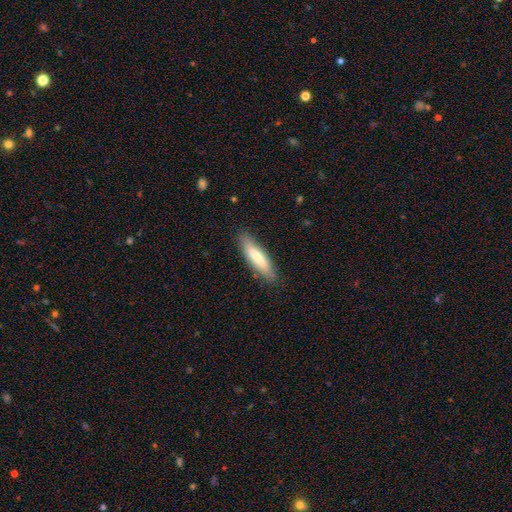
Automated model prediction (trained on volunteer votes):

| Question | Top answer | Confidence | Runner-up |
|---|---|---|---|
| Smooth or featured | smooth | 72% | featured or disk (22%) |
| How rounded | cigar-shaped | 74% | in between (25%) |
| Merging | none | 86% | minor disturbance (10%) |